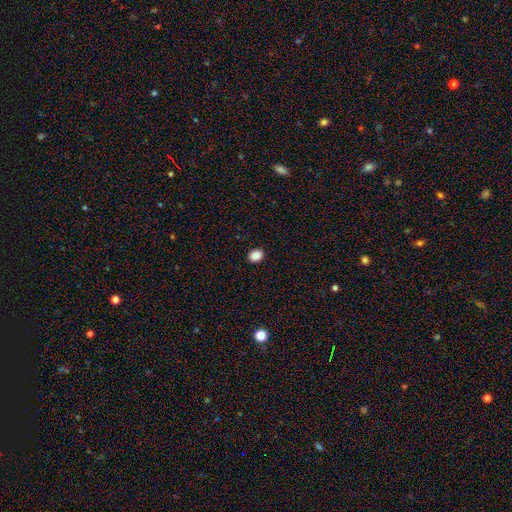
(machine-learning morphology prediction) Overall: smooth (88%). How rounded: round (51%; in between 48%). Merging: none (90%).